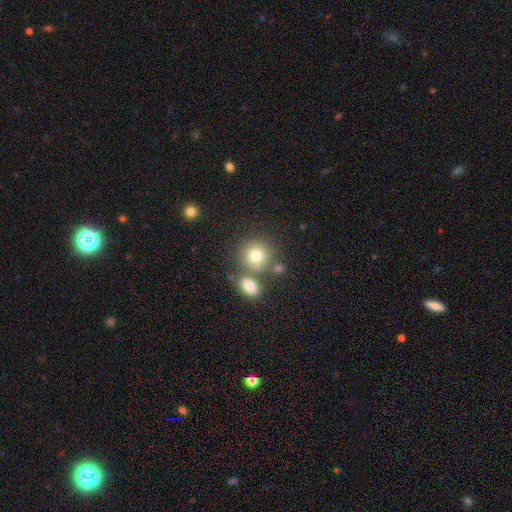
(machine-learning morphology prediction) type=smooth (77%); roundness=round (83%); merging=none (61%).